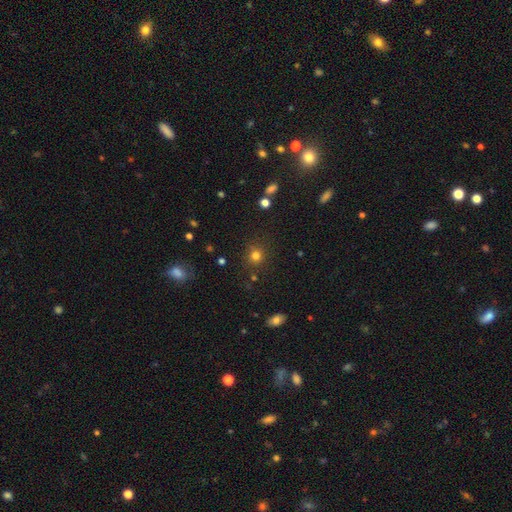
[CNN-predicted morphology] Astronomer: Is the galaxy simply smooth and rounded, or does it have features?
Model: smooth — 77%.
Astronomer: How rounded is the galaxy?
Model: round — 90%.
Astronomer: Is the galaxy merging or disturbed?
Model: none — 85%.